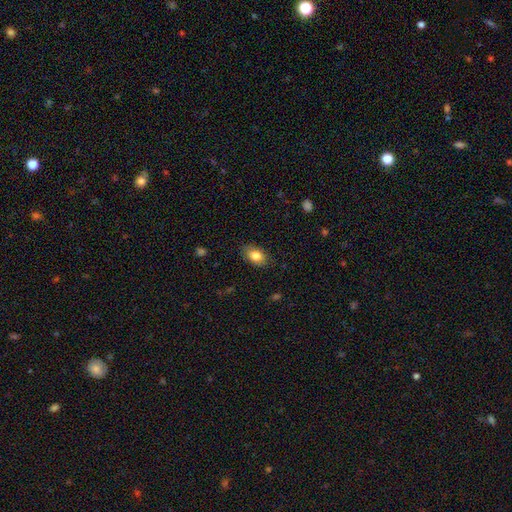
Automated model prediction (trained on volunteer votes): Smooth or featured: smooth — 82% (featured or disk — 10%)
How rounded: in between — 88% (round — 11%)
Merging: none — 83% (minor disturbance — 13%)